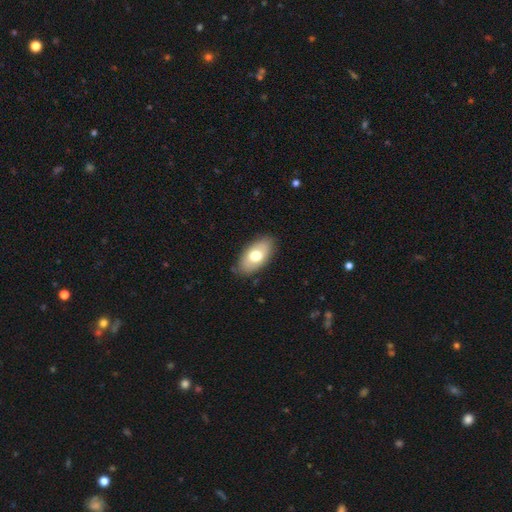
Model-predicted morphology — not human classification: A smooth galaxy with no disk features (69%) that is in between round and cigar-shaped (93%). Merging: none (82%).